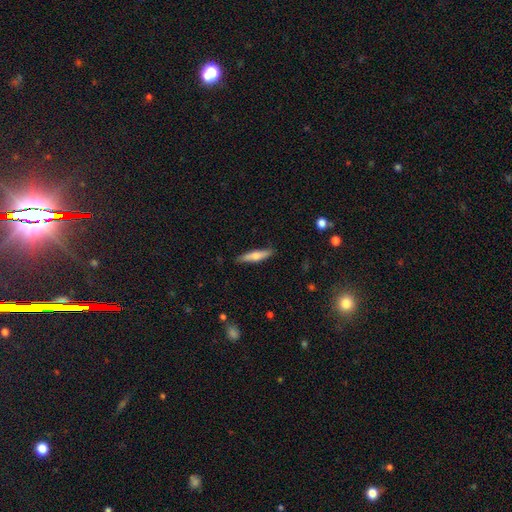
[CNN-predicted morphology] Overall: smooth (61%; featured or disk 34%). How rounded: cigar-shaped (83%). Merging: none (86%).